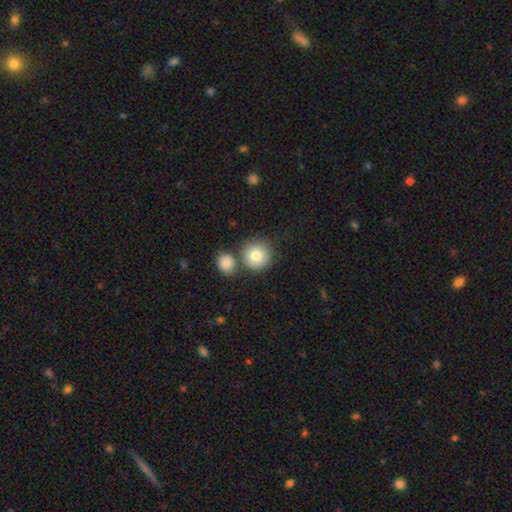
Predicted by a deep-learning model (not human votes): A smooth galaxy with no disk features (81%) that is round (92%).

Vote fractions:
- Smooth or featured? smooth: 81% / featured or disk: 10% / star or artifact: 9%
- How rounded? round: 92% / in between: 7% / cigar-shaped: 1%
- Merging? none: 69% / merger: 19% / minor disturbance: 9% / major disturbance: 3%